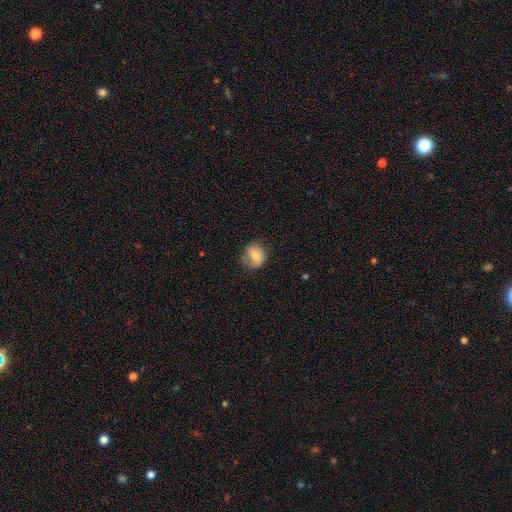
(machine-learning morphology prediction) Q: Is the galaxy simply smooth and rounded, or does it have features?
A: smooth — 68%.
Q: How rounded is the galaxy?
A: round — 70%.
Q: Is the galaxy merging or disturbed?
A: none — 59%.